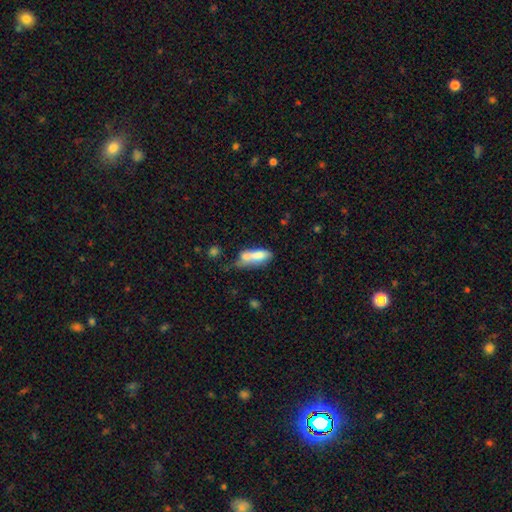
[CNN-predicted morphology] smooth 72%, featured or disk 20%, star or artifact 8%. Down the decision tree: how rounded — in between (58%); merging — merger (30%).